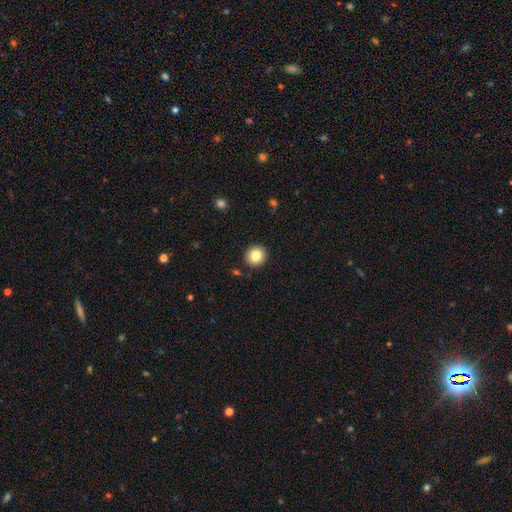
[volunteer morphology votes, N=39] smooth_or_featured: smooth (p=0.85) [alt: featured or disk p=0.10]
how_rounded: round (p=0.97) [alt: in between p=0.03]
merging: none (p=0.89) [alt: minor disturbance p=0.05]